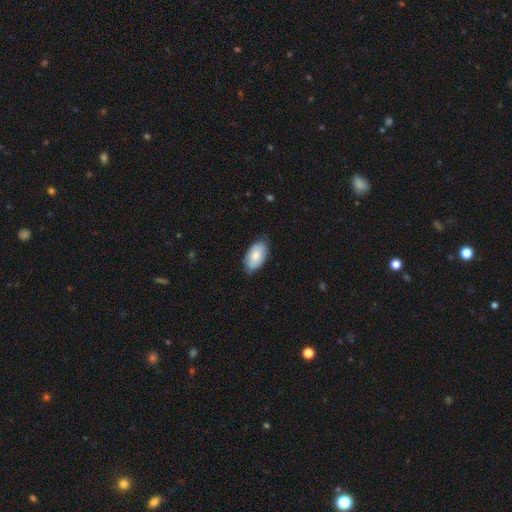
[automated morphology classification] A smooth galaxy with no disk features (78%) that is in between round and cigar-shaped (95%).

Vote fractions:
- Smooth or featured? smooth: 78% / featured or disk: 16% / star or artifact: 6%
- How rounded? in between: 95% / round: 3% / cigar-shaped: 2%
- Merging? none: 76% / minor disturbance: 20% / major disturbance: 3% / merger: 1%